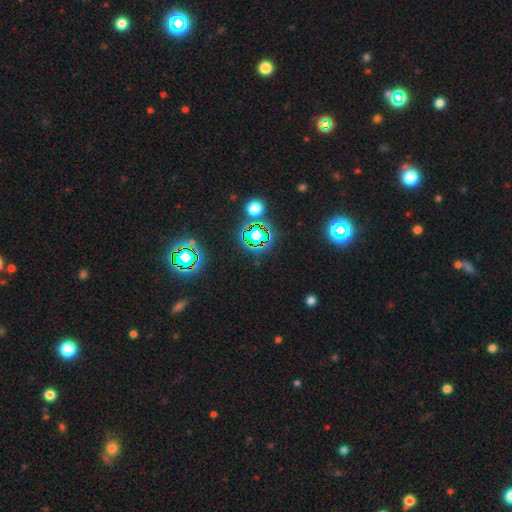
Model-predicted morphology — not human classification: A star or artifact, not a galaxy (78%).

Vote fractions:
- Smooth or featured? star or artifact: 78% / smooth: 14% / featured or disk: 8%